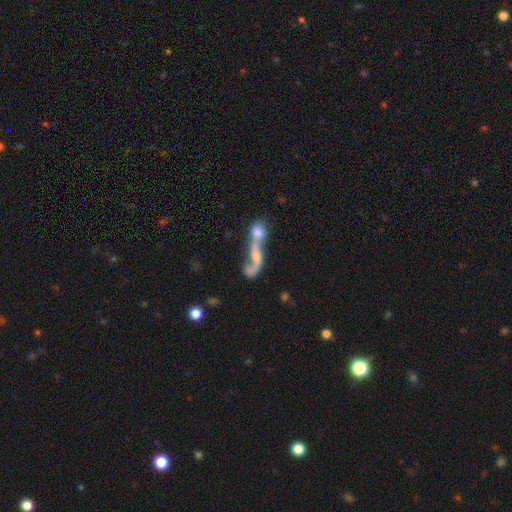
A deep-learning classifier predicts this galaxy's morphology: Smooth or featured? Predicted: featured or disk (p=0.61). Edge-on disk? Predicted: no (p=0.84). Bar? Predicted: no (p=0.67). Spiral arms? Predicted: yes (p=0.62). Bulge size? Predicted: small (p=0.35). Merging? Predicted: merger (p=0.68).